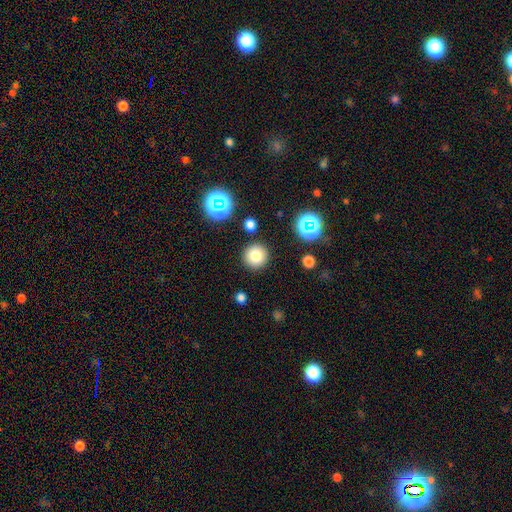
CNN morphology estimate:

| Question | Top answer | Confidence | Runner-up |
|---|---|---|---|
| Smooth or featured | smooth | 78% | star or artifact (14%) |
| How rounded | round | 94% | in between (5%) |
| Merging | none | 89% | minor disturbance (6%) |